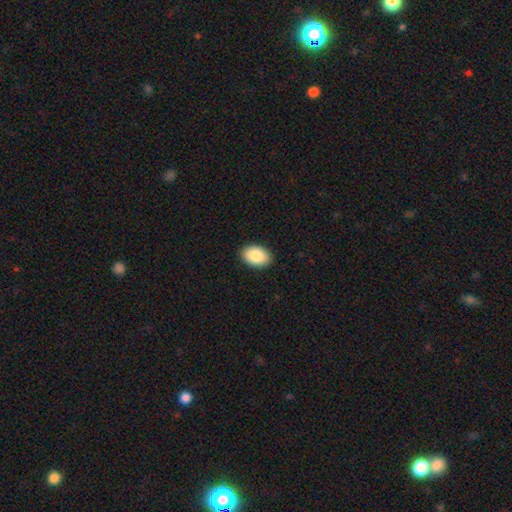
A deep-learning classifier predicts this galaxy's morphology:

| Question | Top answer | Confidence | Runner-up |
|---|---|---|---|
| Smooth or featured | smooth | 89% | star or artifact (6%) |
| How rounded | in between | 89% | round (10%) |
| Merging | none | 91% | minor disturbance (7%) |